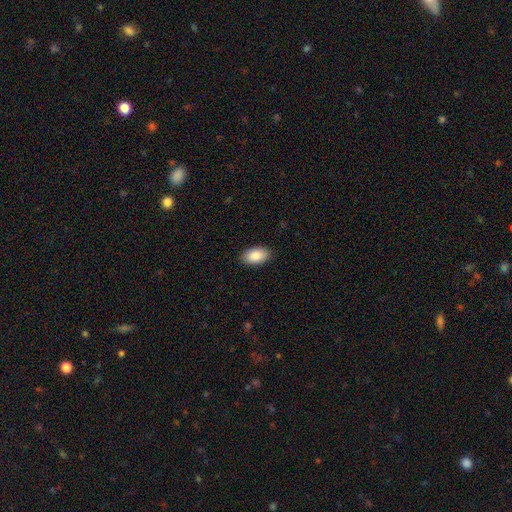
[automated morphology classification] The model was most divided on "smooth or featured": smooth: 86%, featured or disk: 7%, star or artifact: 7%. More confident: how rounded — in between (94%); merging — none (89%).